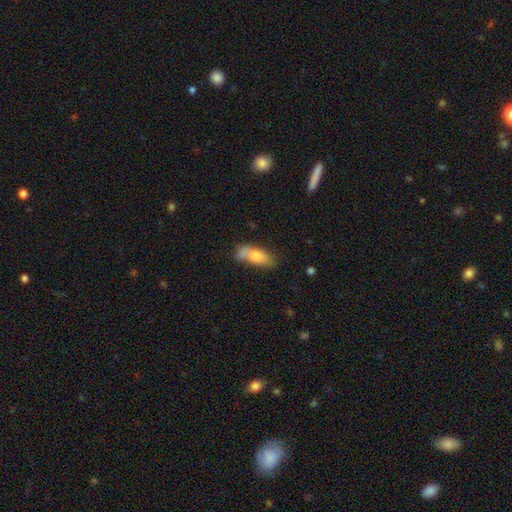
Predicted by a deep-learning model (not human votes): smooth-or-featured: smooth: 75% | featured or disk: 17% | star or artifact: 7%
  how-rounded: in between: 78% | cigar-shaped: 19% | round: 3%
  merging: none: 43% | merger: 24% | minor disturbance: 23% | major disturbance: 10%